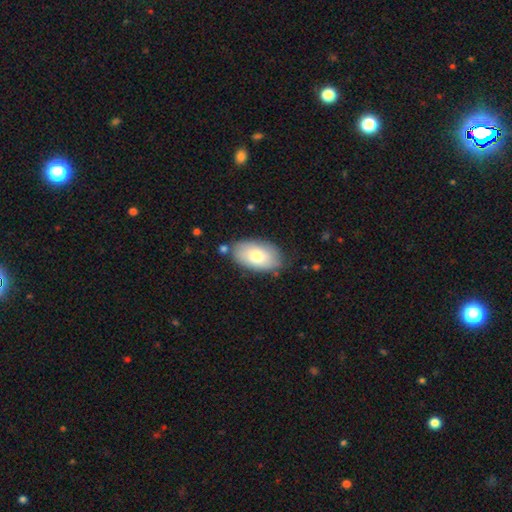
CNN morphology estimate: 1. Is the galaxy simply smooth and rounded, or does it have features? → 76% smooth, 17% featured or disk, 7% star or artifact.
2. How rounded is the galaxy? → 94% in between, 5% round, 1% cigar-shaped.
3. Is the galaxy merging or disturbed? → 79% none, 15% minor disturbance, 3% merger, 3% major disturbance.